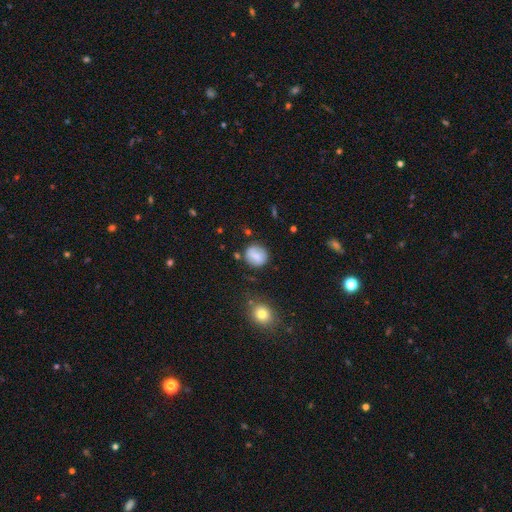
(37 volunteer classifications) A smooth galaxy with no disk features (76%) that is round (79%).

Vote fractions:
- Smooth or featured? smooth: 76% / featured or disk: 19% / star or artifact: 5%
- How rounded? round: 79% / in between: 21% / cigar-shaped: 0%
- Merging? none: 80% / minor disturbance: 11% / major disturbance: 6% / merger: 3%